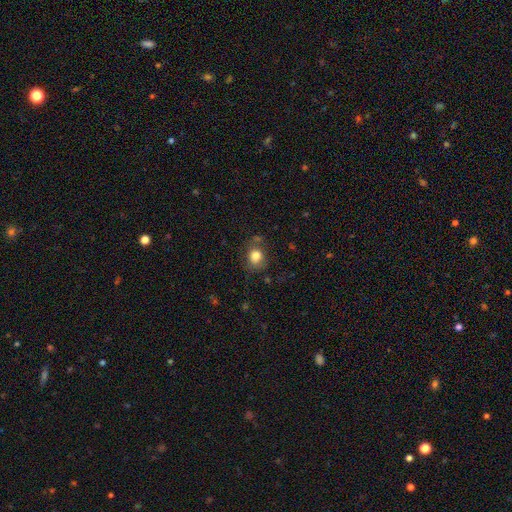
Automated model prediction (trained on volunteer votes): Q: Smooth or featured?
A: smooth (81%); runner-up: star or artifact (11%)
Q: How rounded?
A: round (61%); runner-up: in between (38%)
Q: Merging?
A: none (68%); runner-up: minor disturbance (20%)